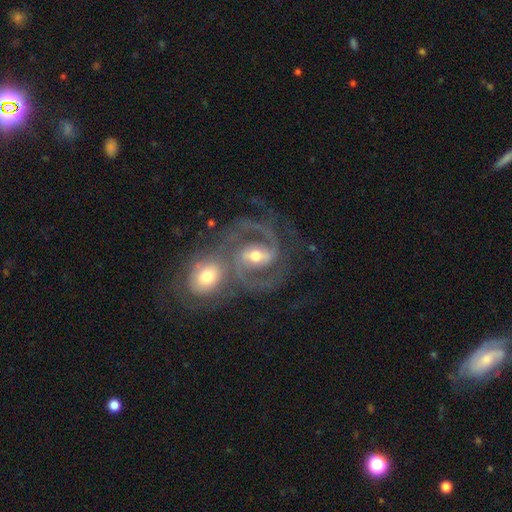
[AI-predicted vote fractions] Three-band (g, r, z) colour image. It shows a featured or disk galaxy (87%) with a weak bar (43%), 2 (74%) tight (49%) spiral arms (96%) and a moderate central bulge (57%). Merging: merger (46%).